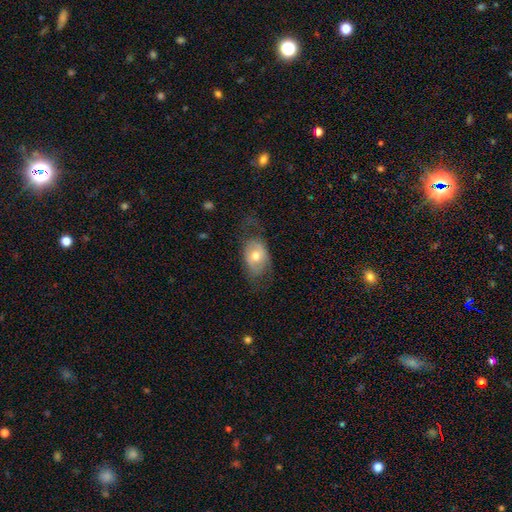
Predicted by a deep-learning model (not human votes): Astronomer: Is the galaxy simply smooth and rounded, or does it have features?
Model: smooth — 54% (runner-up: featured or disk, 39%).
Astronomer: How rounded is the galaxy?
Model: in between — 82%.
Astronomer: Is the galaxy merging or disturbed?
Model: none — 57%.